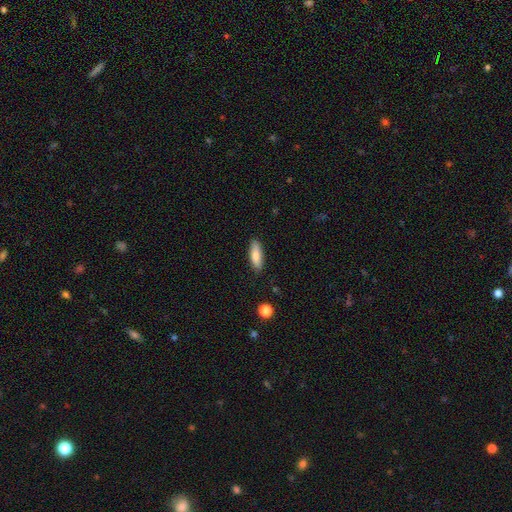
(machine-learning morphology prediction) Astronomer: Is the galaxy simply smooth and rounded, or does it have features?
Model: smooth — 82%.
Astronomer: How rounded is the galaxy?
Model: in between — 63%.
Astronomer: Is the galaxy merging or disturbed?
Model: none — 86%.